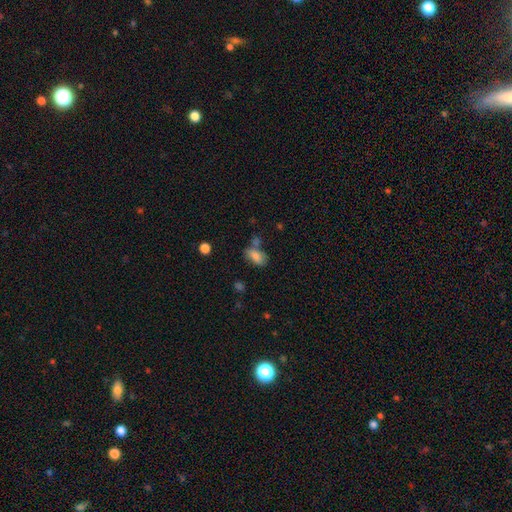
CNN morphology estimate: Overall: smooth (81%). How rounded: in between (89%). Merging: none (53%; minor disturbance 21%).